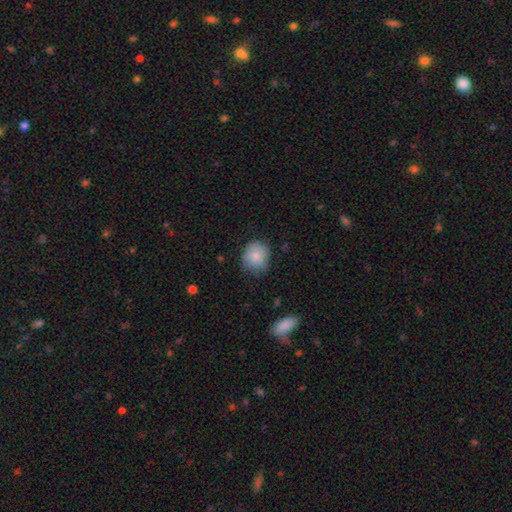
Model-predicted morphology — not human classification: Q: Smooth or featured?
A: smooth (82%); runner-up: featured or disk (10%)
Q: How rounded?
A: round (83%); runner-up: in between (16%)
Q: Merging?
A: none (73%); runner-up: minor disturbance (22%)